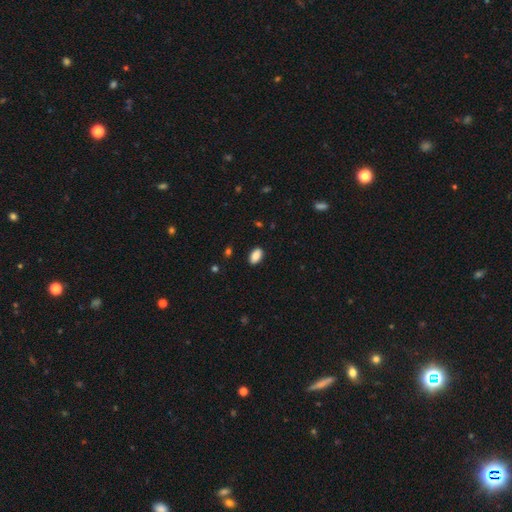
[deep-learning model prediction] The model was most divided on "merging": none: 89%, minor disturbance: 8%, major disturbance: 2%, merger: 1%. More confident: how rounded — in between (92%); smooth or featured — smooth (89%).